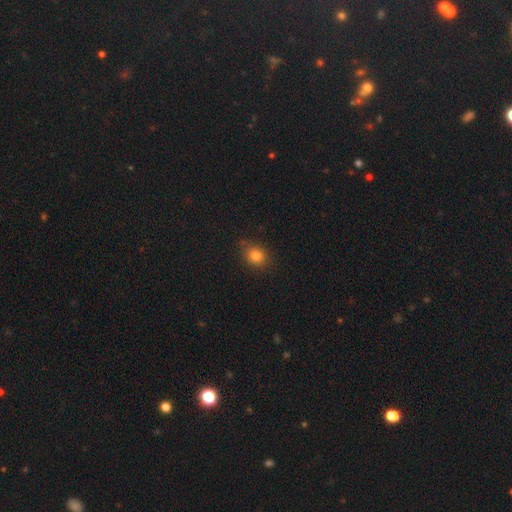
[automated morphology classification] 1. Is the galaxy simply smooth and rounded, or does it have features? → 82% smooth, 12% star or artifact, 6% featured or disk.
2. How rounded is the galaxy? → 61% round, 38% in between, 1% cigar-shaped.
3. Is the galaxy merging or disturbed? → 83% none, 12% minor disturbance, 3% major disturbance, 2% merger.